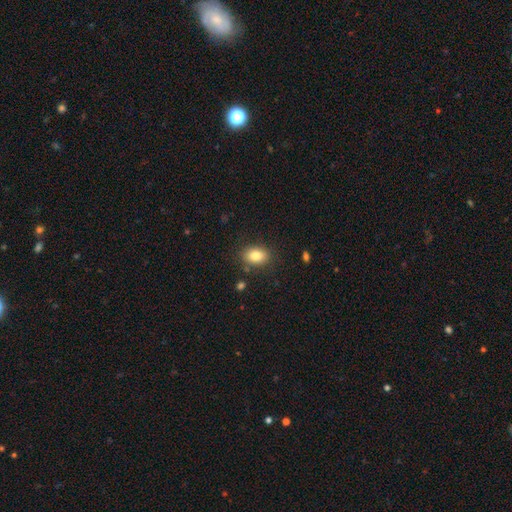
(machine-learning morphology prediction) This is clearly a smooth galaxy (84%). How rounded: likely in between (78%). Merging: clearly none (84%).